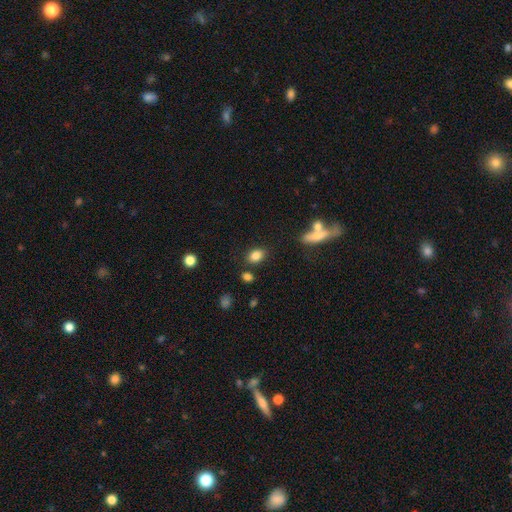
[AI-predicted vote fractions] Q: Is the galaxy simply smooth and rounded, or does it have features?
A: smooth — 84%.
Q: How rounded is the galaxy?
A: in between — 75%.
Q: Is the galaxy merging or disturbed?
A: none — 80%.